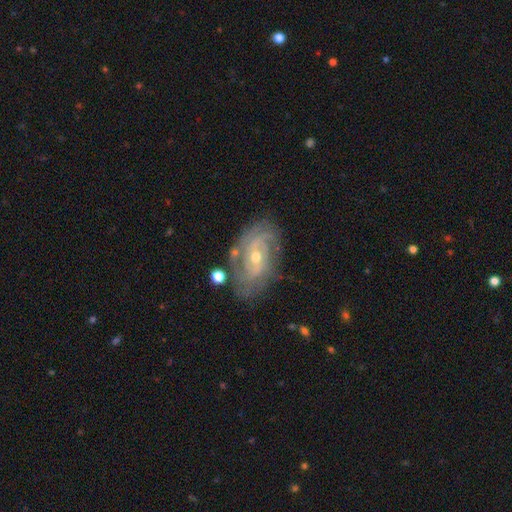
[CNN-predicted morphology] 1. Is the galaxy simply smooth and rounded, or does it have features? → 88% featured or disk, 6% star or artifact, 6% smooth.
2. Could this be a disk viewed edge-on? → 96% no, 4% yes.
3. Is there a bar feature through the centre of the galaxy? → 54% no, 35% weak, 11% strong.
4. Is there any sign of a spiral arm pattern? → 96% yes, 4% no.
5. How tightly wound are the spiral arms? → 62% tight, 31% medium, 7% loose.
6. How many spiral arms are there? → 29% 2, 25% can't tell, 24% 3, 11% 4, 5% more than 4, 5% 1.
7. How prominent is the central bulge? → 54% small, 44% moderate, 1% large, 1% none, 1% dominant.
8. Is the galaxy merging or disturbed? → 73% none, 18% minor disturbance, 6% major disturbance, 3% merger.